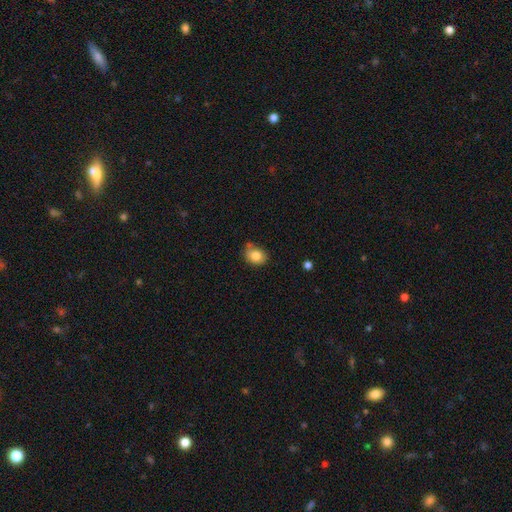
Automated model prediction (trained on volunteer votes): Smooth or featured: smooth — 82% (star or artifact — 9%)
How rounded: round — 51% (in between — 48%)
Merging: none — 61% (minor disturbance — 26%)